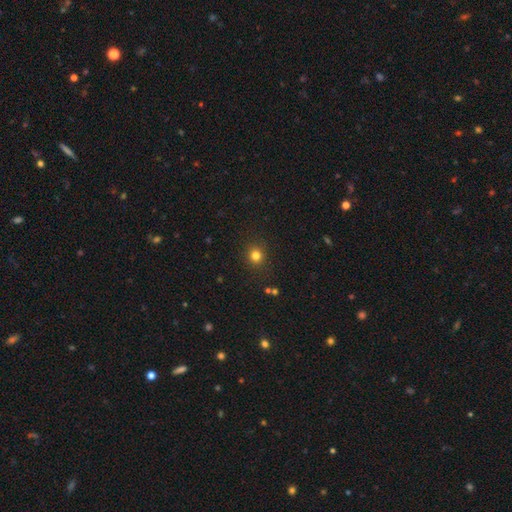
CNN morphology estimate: Smooth or featured?
  - smooth: 79% *
  - star or artifact: 16%
  - featured or disk: 5%
How rounded?
  - round: 89% *
  - in between: 10%
  - cigar-shaped: 1%
Merging?
  - none: 90% *
  - minor disturbance: 6%
  - major disturbance: 2%
  - merger: 1%